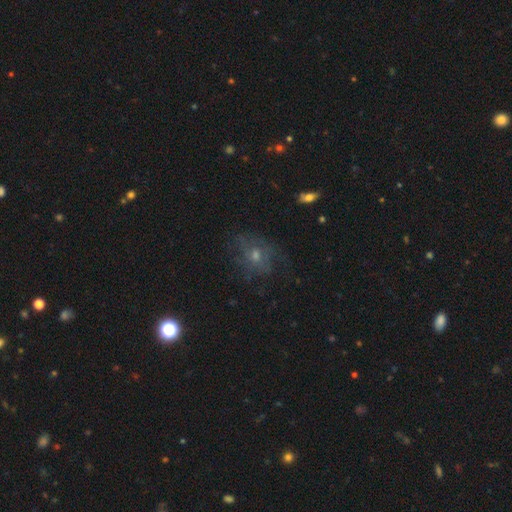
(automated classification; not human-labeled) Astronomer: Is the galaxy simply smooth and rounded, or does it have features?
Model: featured or disk — 44% (runner-up: smooth, 39%).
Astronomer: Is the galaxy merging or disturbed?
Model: none — 59%.